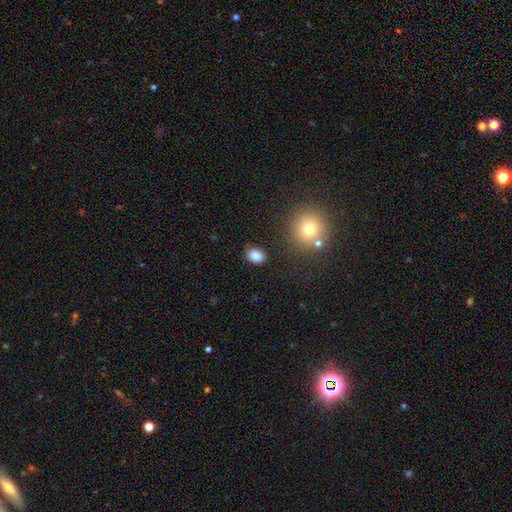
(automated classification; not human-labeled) A smooth galaxy with no disk features (85%) that is in between round and cigar-shaped (70%). Merging: none (83%).